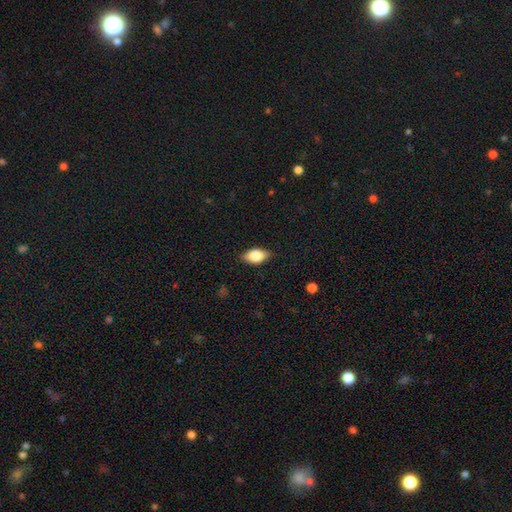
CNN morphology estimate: This appears to be a smooth galaxy with no disk features (74%) that is in between round and cigar-shaped (88%). Merging: none (84%).